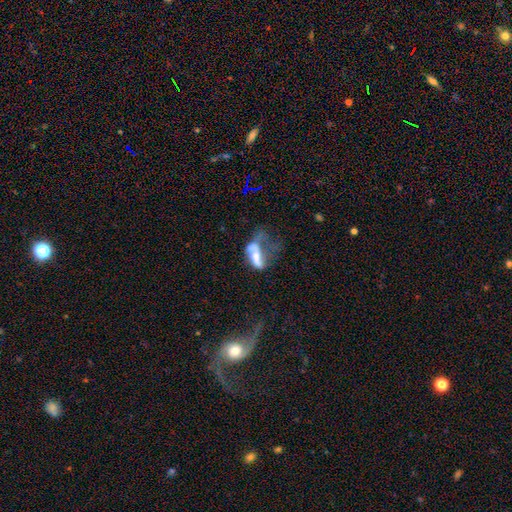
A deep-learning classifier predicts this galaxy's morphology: type=featured or disk (48%); merging=major disturbance (46%).